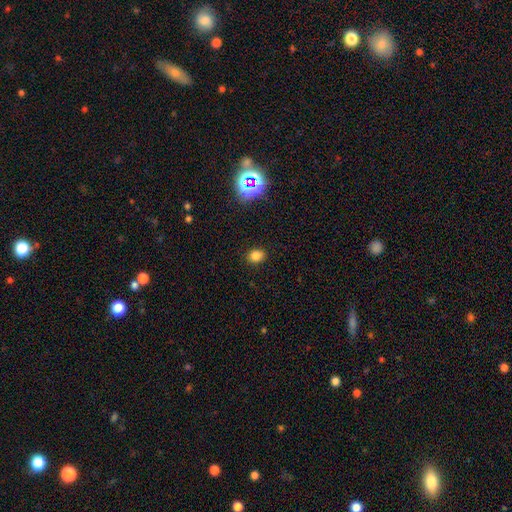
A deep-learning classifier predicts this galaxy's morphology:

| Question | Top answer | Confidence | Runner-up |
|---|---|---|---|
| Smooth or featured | smooth | 80% | star or artifact (15%) |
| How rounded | round | 61% | in between (38%) |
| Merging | none | 87% | minor disturbance (9%) |